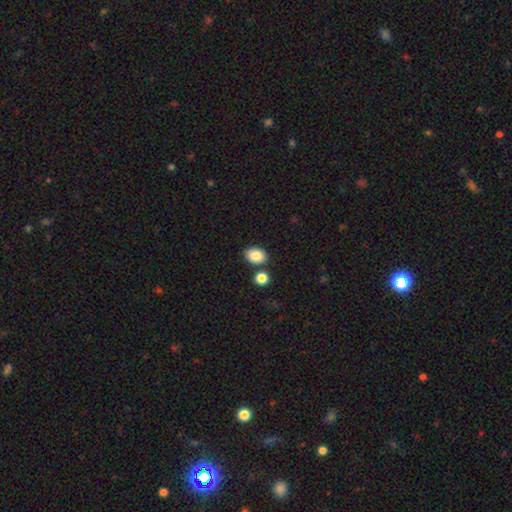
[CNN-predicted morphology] Q: Smooth or featured?
A: smooth (87%); runner-up: star or artifact (8%)
Q: How rounded?
A: in between (74%); runner-up: round (25%)
Q: Merging?
A: none (78%); runner-up: minor disturbance (10%)